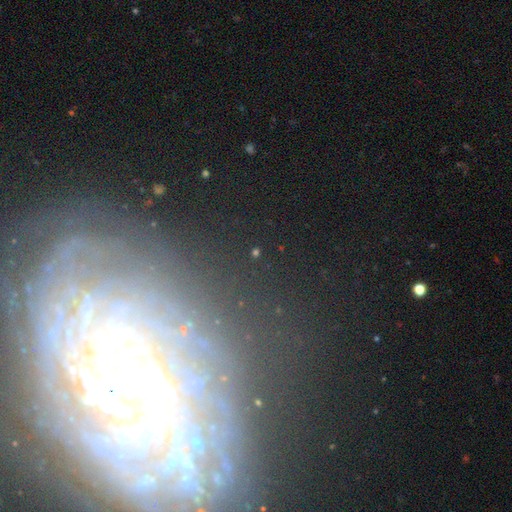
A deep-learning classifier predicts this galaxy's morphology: This appears to be a featured or disk galaxy (56%). Merging: none (80%).